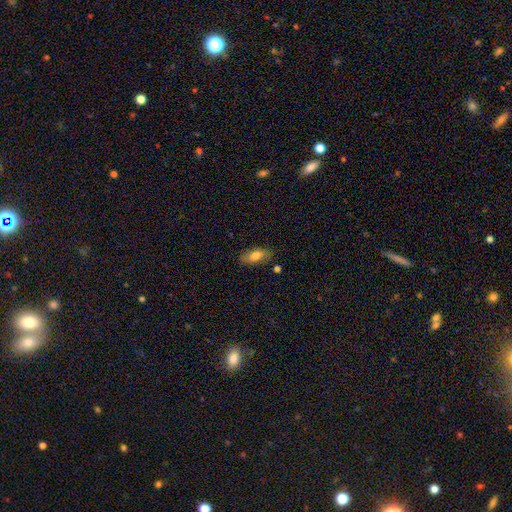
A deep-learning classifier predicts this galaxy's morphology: smooth-or-featured: smooth: 74% | featured or disk: 18% | star or artifact: 8%
  how-rounded: in between: 84% | cigar-shaped: 12% | round: 4%
  merging: none: 79% | minor disturbance: 15% | major disturbance: 4% | merger: 3%